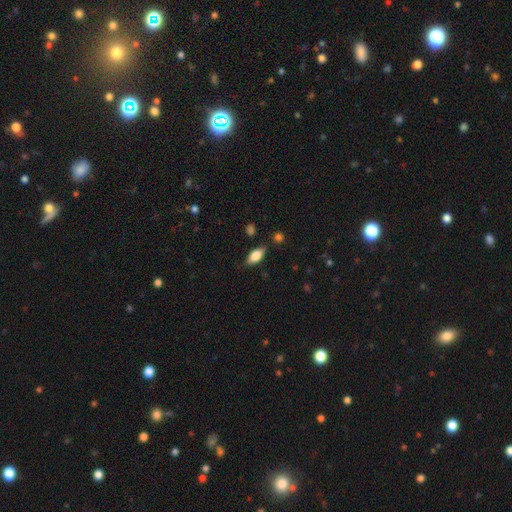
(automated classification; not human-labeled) smooth 74%, featured or disk 19%, star or artifact 7%. Down the decision tree: how rounded — in between (85%); merging — none (80%).